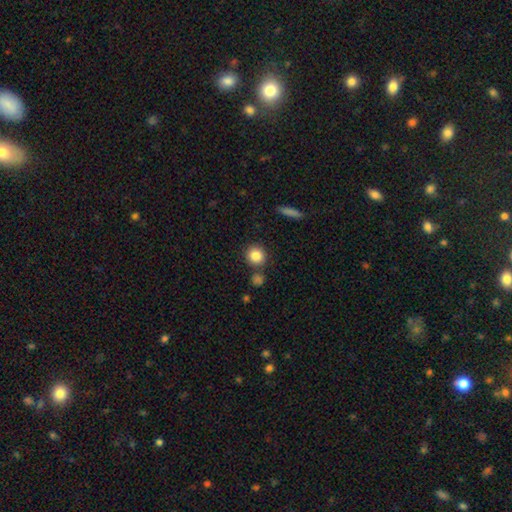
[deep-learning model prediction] Smooth or featured? Predicted: smooth (p=0.85). How rounded? Predicted: round (p=0.89). Merging? Predicted: none (p=0.80).